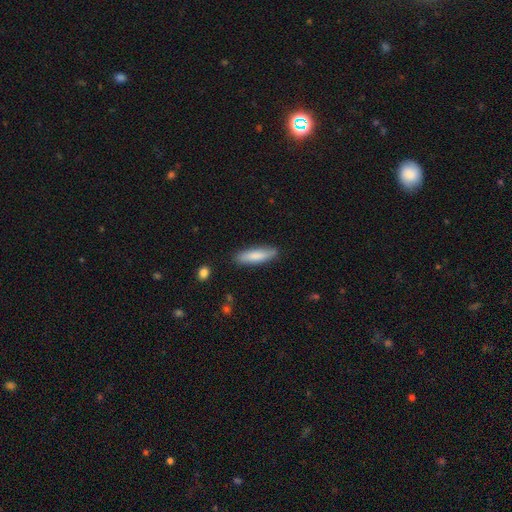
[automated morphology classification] type=smooth (80%); roundness=cigar-shaped (69%); merging=none (85%).